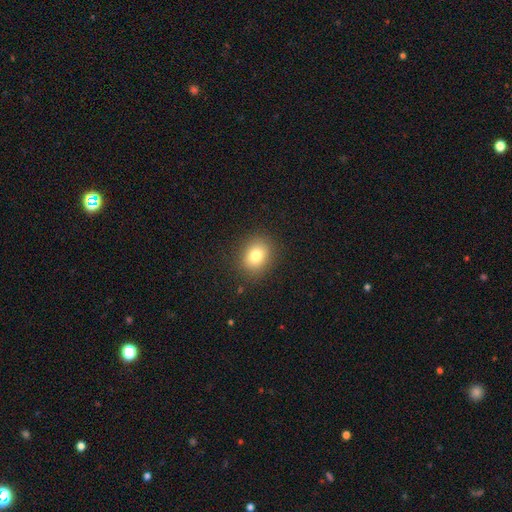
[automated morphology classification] Smooth or featured? Predicted: smooth (p=0.79). How rounded? Predicted: round (p=0.57). Merging? Predicted: none (p=0.87).